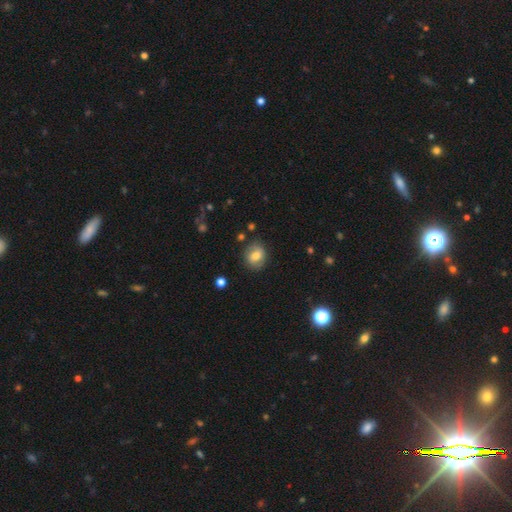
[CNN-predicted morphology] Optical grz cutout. It shows a smooth galaxy with no disk features (70%) that is round (65%). Merging: none (80%).